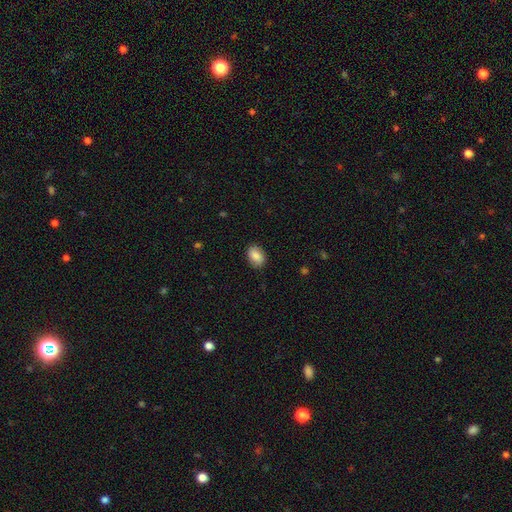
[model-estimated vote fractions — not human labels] A smooth galaxy with no disk features (84%) that is in between round and cigar-shaped (81%). Merging: none (86%).